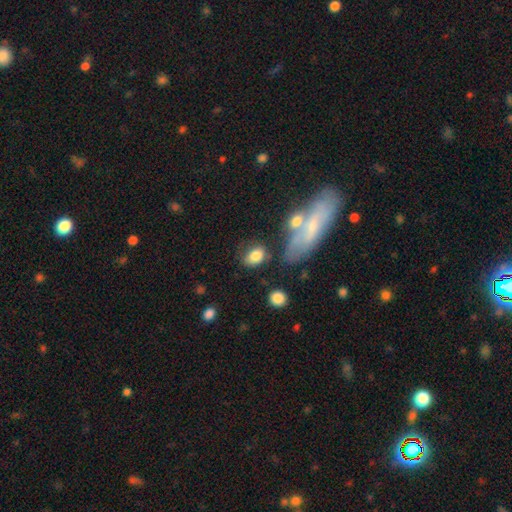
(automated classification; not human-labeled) This is clearly a smooth galaxy (82%). How rounded: likely in between (76%). Merging: likely none (61%).